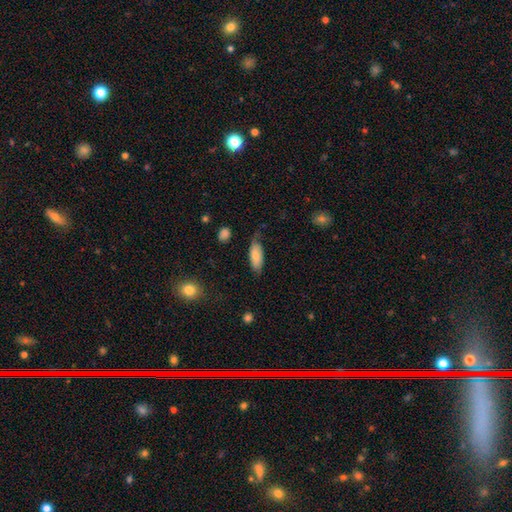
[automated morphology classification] Q: Smooth or featured?
A: smooth (75%); runner-up: featured or disk (19%)
Q: How rounded?
A: in between (79%); runner-up: cigar-shaped (19%)
Q: Merging?
A: none (56%); runner-up: minor disturbance (32%)